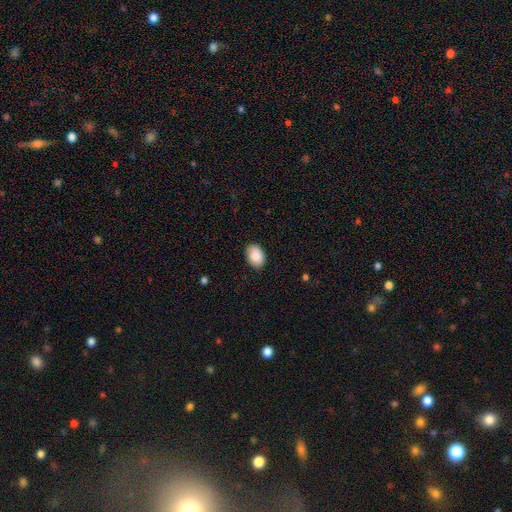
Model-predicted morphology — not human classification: Smooth or featured: smooth — 89% (star or artifact — 6%)
How rounded: in between — 86% (round — 13%)
Merging: none — 86% (minor disturbance — 11%)